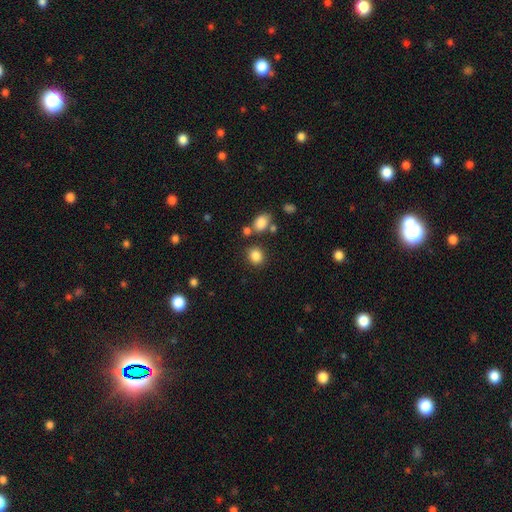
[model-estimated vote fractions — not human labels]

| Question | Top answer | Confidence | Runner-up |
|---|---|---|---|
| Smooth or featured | smooth | 85% | star or artifact (11%) |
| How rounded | round | 70% | in between (29%) |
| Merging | none | 79% | minor disturbance (10%) |